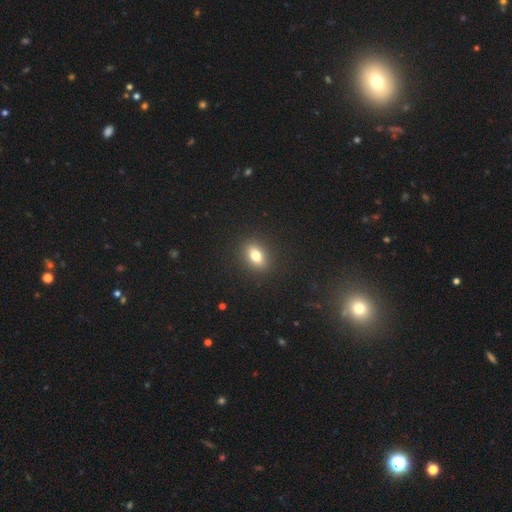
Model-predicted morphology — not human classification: smooth_or_featured: smooth (p=0.76) [alt: featured or disk p=0.12]
how_rounded: in between (p=0.73) [alt: round p=0.24]
merging: none (p=0.90) [alt: minor disturbance p=0.07]